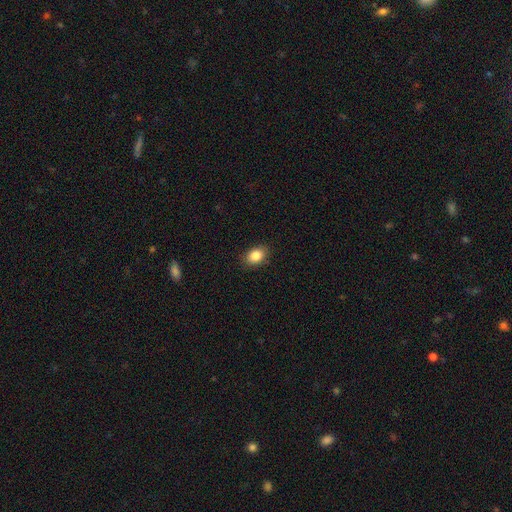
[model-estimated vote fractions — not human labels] smooth-or-featured: smooth: 86% | star or artifact: 8% | featured or disk: 5%
  how-rounded: in between: 80% | round: 18% | cigar-shaped: 1%
  merging: none: 88% | minor disturbance: 9% | major disturbance: 2% | merger: 1%